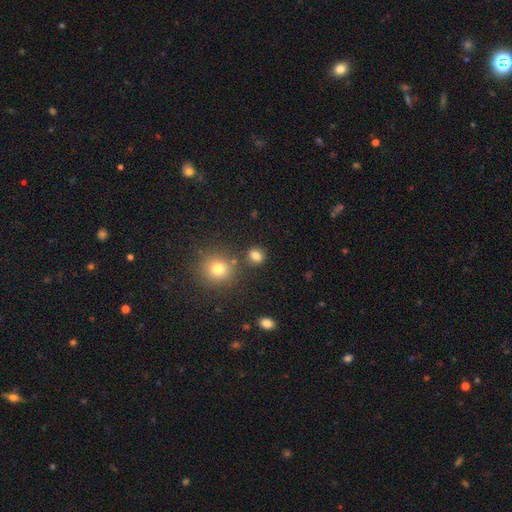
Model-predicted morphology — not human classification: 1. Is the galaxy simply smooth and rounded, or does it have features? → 79% smooth, 15% star or artifact, 6% featured or disk.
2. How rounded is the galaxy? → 77% round, 22% in between, 1% cigar-shaped.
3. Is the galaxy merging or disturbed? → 81% none, 9% minor disturbance, 7% merger, 3% major disturbance.